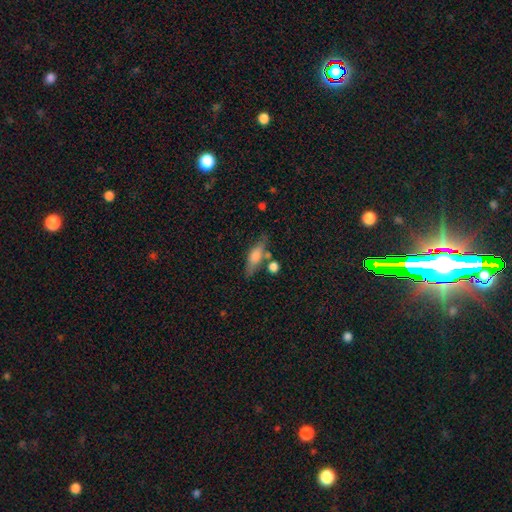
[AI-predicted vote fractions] The model was most divided on "how rounded": cigar-shaped: 54%, in between: 42%, round: 4%. More confident: merging — none (69%); smooth or featured — smooth (58%).